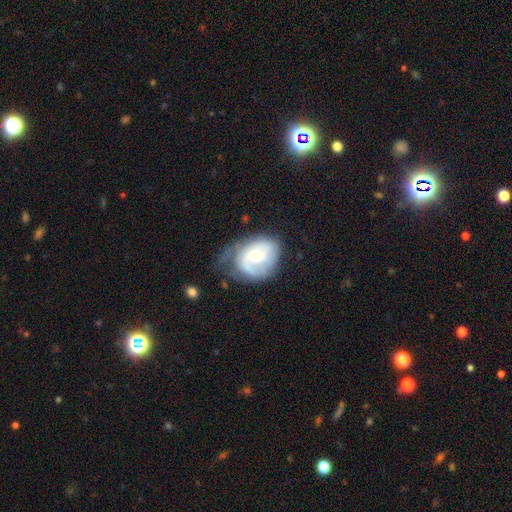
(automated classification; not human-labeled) Smooth or featured? featured or disk (65%)
Edge-on disk? no (97%)
Bar? no (68%)
Spiral arms? yes (83%)
Spiral winding? tight (46%)
Spiral arm count? 2 (32%)
Bulge size? moderate (52%)
Merging? none (39%)